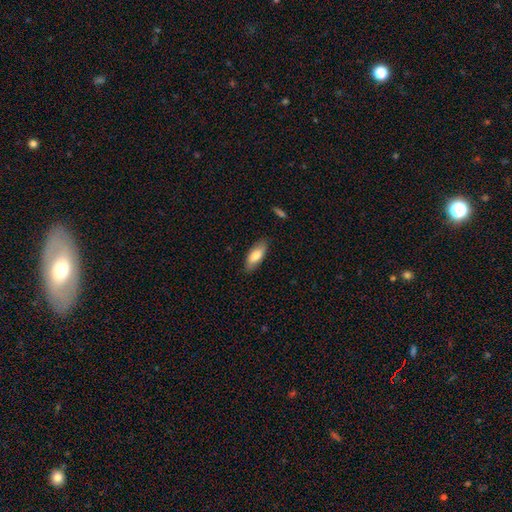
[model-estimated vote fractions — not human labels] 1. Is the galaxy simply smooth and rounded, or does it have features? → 78% smooth, 16% featured or disk, 6% star or artifact.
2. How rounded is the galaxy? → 82% in between, 16% cigar-shaped, 2% round.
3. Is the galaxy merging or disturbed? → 84% none, 12% minor disturbance, 2% major disturbance, 1% merger.